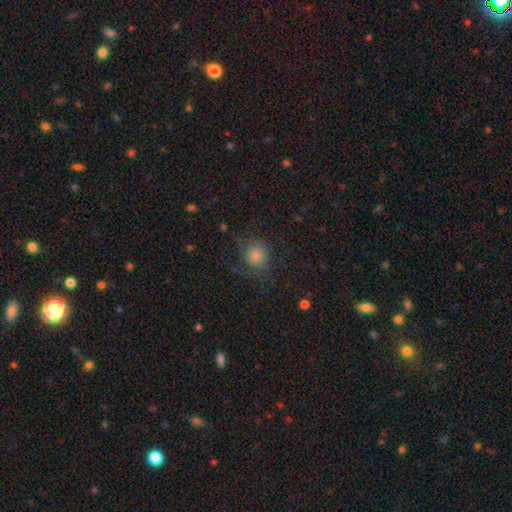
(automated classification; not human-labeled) Morphology: type=smooth (67%); roundness=round (83%); merging=none (67%).